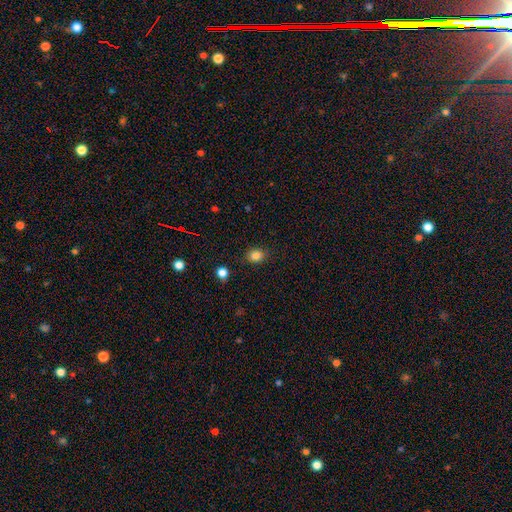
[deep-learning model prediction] Smooth or featured: smooth — 84% (star or artifact — 12%)
How rounded: round — 53% (in between — 46%)
Merging: none — 85% (minor disturbance — 11%)